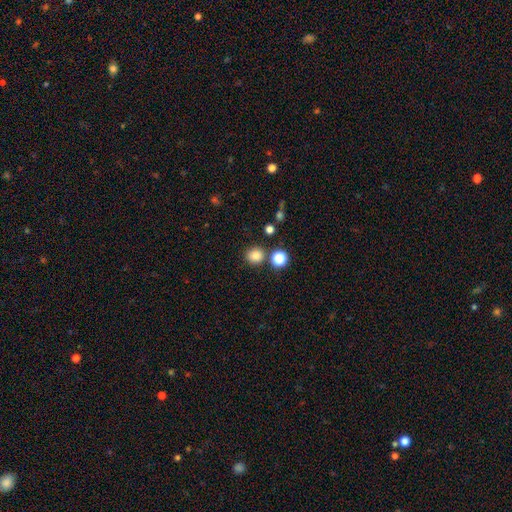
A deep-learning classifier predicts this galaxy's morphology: This appears to be a smooth galaxy with no disk features (82%) that is round (85%). Merging: none (81%).